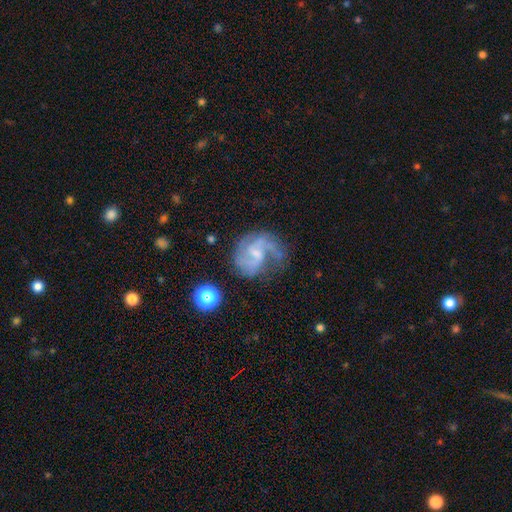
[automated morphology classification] Smooth or featured?
  - featured or disk: 83% *
  - smooth: 9%
  - star or artifact: 8%
Edge-on disk?
  - no: 98% *
  - yes: 2%
Bar?
  - weak: 51% *
  - no: 38%
  - strong: 11%
Spiral arms?
  - yes: 95% *
  - no: 5%
Spiral winding?
  - medium: 51% *
  - loose: 29%
  - tight: 20%
Spiral arm count?
  - 2: 58% *
  - 3: 15%
  - can't tell: 13%
  - 1: 8%
  - 4: 3%
  - more than 4: 3%
Bulge size?
  - small: 55% *
  - moderate: 22%
  - none: 20%
  - large: 2%
  - dominant: 1%
Merging?
  - none: 57% *
  - minor disturbance: 21%
  - major disturbance: 18%
  - merger: 3%